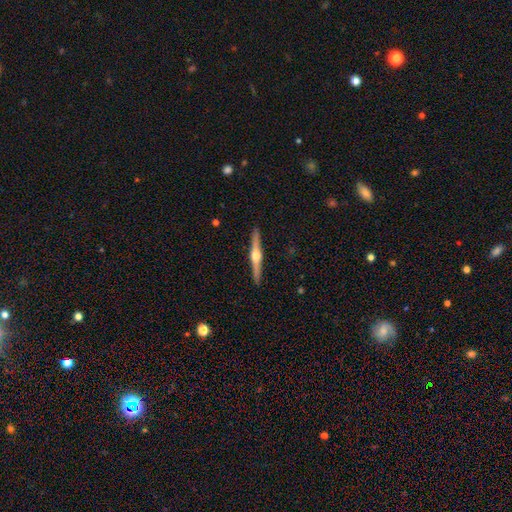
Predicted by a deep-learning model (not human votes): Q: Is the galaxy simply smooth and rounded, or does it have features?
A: featured or disk — 78%.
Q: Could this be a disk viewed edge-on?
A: yes — 98%.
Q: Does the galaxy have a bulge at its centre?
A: rounded — 95%.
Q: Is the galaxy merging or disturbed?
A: none — 92%.